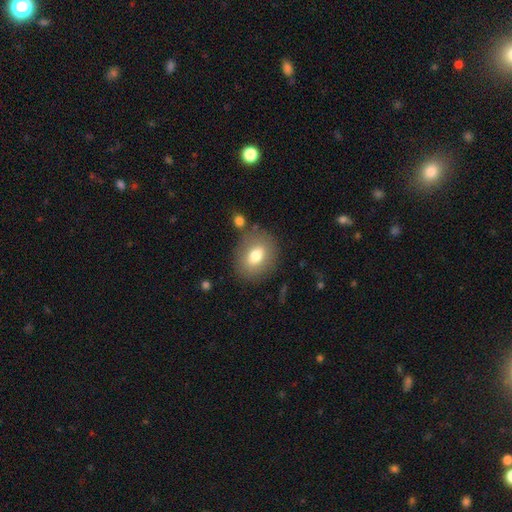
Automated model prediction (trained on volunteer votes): smooth-or-featured: smooth: 72% | featured or disk: 19% | star or artifact: 9%
  how-rounded: in between: 53% | round: 46% | cigar-shaped: 1%
  merging: none: 79% | minor disturbance: 12% | merger: 5% | major disturbance: 4%